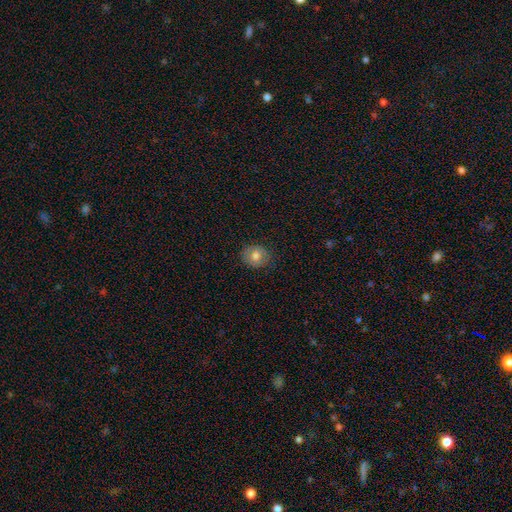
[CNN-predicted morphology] A smooth galaxy with no disk features (77%) that is round (72%). Merging: none (84%).